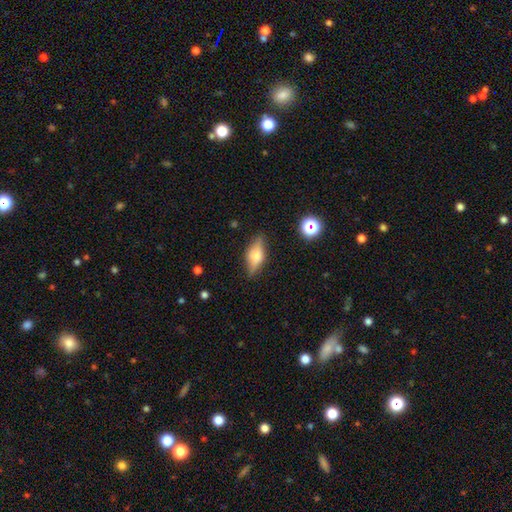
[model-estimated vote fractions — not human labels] featured or disk 48%, smooth 44%, star or artifact 9%. Down the decision tree: merging — none (81%).